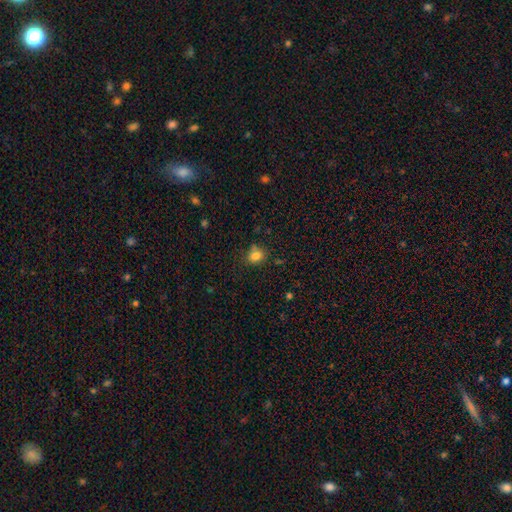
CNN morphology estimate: smooth-or-featured: smooth: 82% | star or artifact: 12% | featured or disk: 7%
  how-rounded: round: 62% | in between: 37% | cigar-shaped: 1%
  merging: none: 70% | minor disturbance: 18% | merger: 7% | major disturbance: 5%